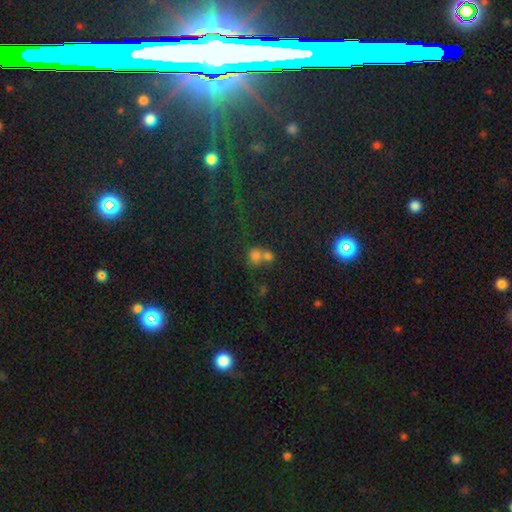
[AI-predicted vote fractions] The model was most divided on "merging": merger: 63%, none: 27%, minor disturbance: 6%, major disturbance: 4%. More confident: how rounded — round (73%); smooth or featured — smooth (72%).